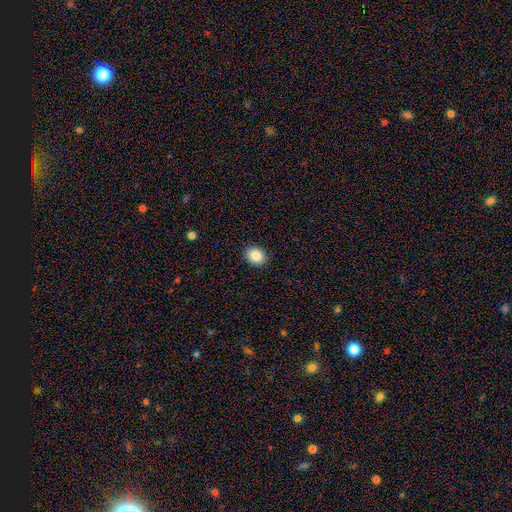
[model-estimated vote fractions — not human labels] This is clearly a smooth galaxy (87%). How rounded: likely round (60%). Merging: clearly none (91%).